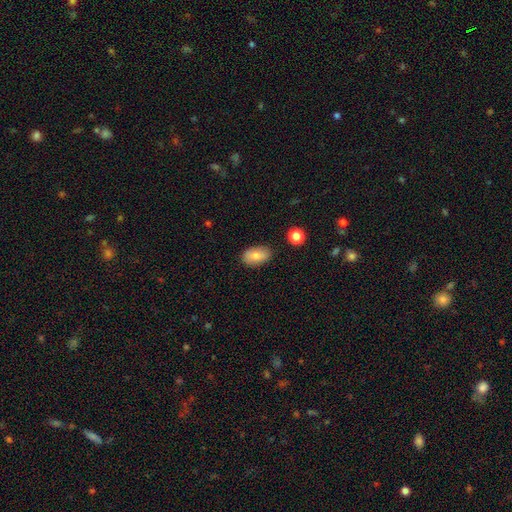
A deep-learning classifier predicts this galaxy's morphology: A smooth galaxy with no disk features (77%) that is in between round and cigar-shaped (91%).

Vote fractions:
- Smooth or featured? smooth: 77% / featured or disk: 16% / star or artifact: 8%
- How rounded? in between: 91% / round: 8% / cigar-shaped: 2%
- Merging? none: 83% / minor disturbance: 13% / major disturbance: 2% / merger: 2%